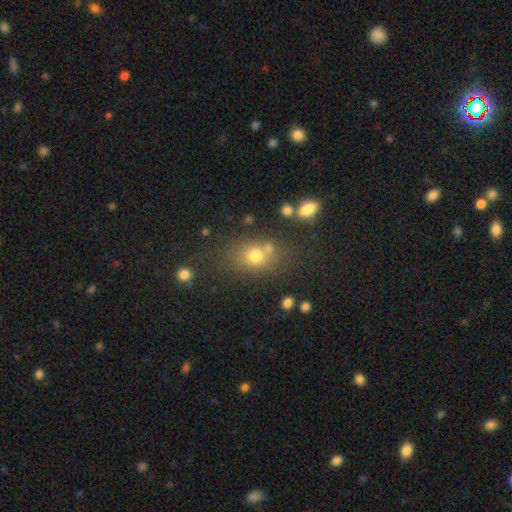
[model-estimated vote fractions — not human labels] Smooth or featured: smooth — 70% (star or artifact — 17%)
How rounded: in between — 51% (round — 48%)
Merging: none — 64% (merger — 16%)